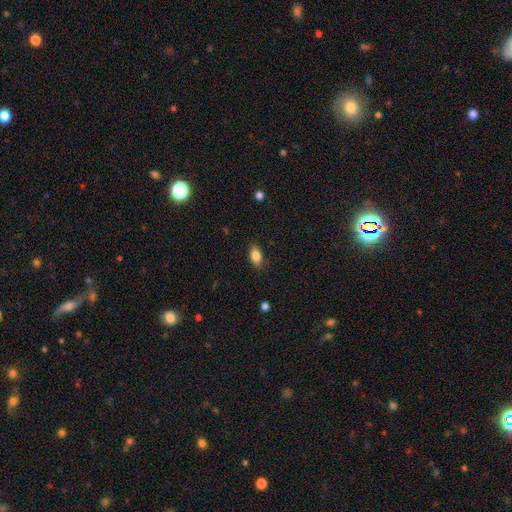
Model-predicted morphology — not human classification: This is clearly a smooth galaxy (84%). How rounded: clearly in between (88%). Merging: clearly none (85%).